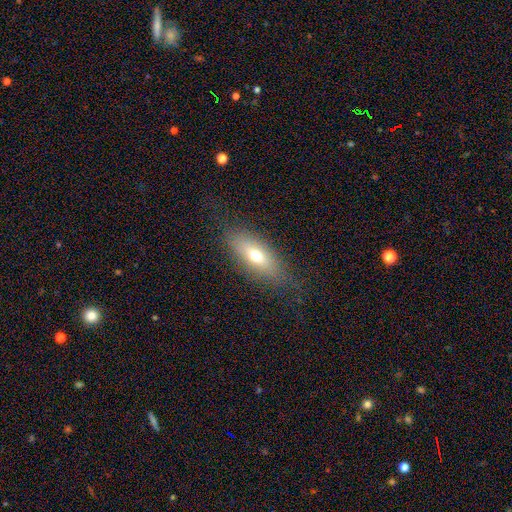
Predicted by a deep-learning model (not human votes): Smooth or featured?
  - smooth: 65% *
  - featured or disk: 25%
  - star or artifact: 9%
How rounded?
  - in between: 72% *
  - cigar-shaped: 24%
  - round: 5%
Merging?
  - none: 78% *
  - minor disturbance: 14%
  - major disturbance: 7%
  - merger: 1%